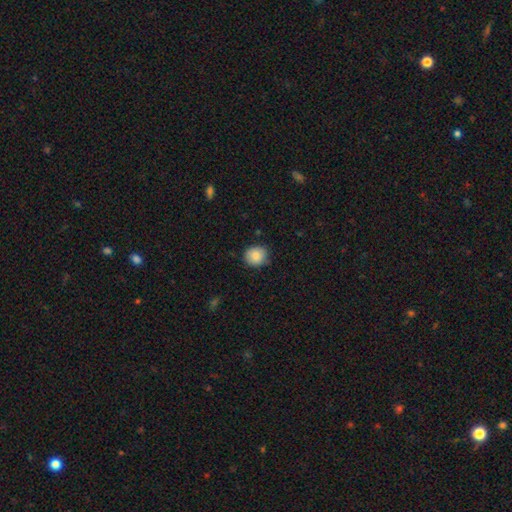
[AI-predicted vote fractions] Smooth or featured?
  - smooth: 86% *
  - star or artifact: 8%
  - featured or disk: 6%
How rounded?
  - round: 81% *
  - in between: 18%
  - cigar-shaped: 1%
Merging?
  - none: 78% *
  - minor disturbance: 18%
  - major disturbance: 3%
  - merger: 1%